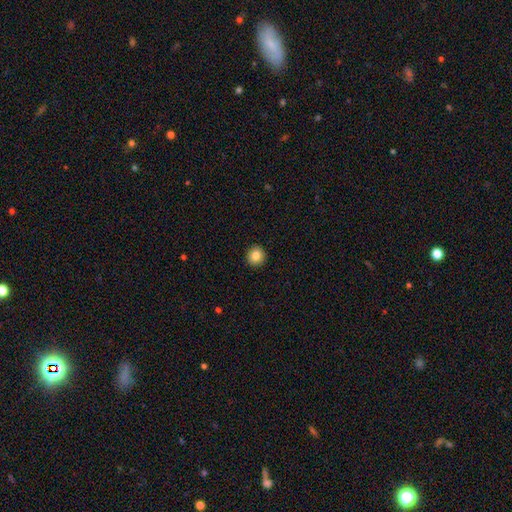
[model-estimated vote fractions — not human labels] The model was most divided on "smooth or featured": smooth: 84%, star or artifact: 9%, featured or disk: 7%. More confident: how rounded — round (93%); merging — none (93%).